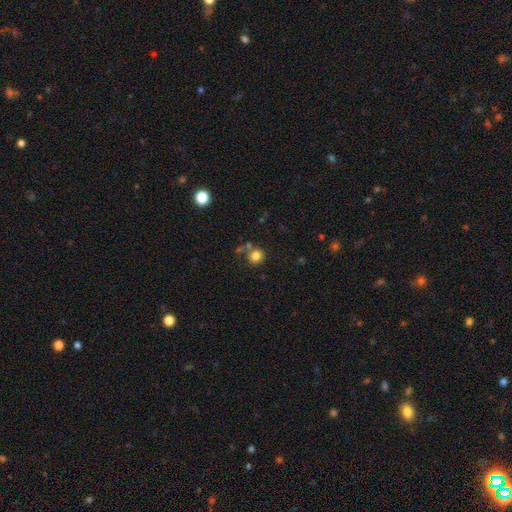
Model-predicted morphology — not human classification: Smooth or featured?
  - smooth: 82% *
  - star or artifact: 12%
  - featured or disk: 6%
How rounded?
  - round: 90% *
  - in between: 9%
  - cigar-shaped: 1%
Merging?
  - none: 69% *
  - merger: 15%
  - minor disturbance: 11%
  - major disturbance: 5%